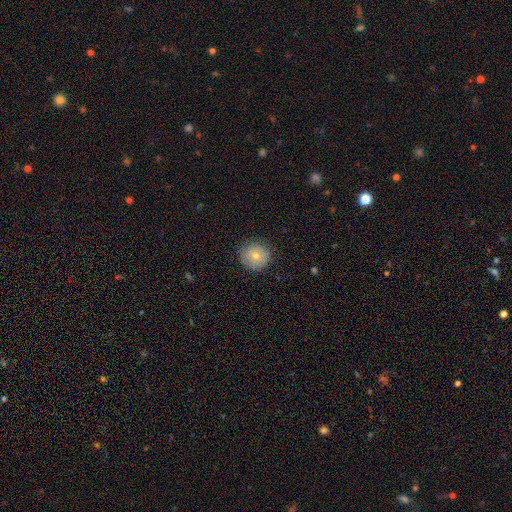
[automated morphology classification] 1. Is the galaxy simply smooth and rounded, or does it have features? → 73% smooth, 18% featured or disk, 9% star or artifact.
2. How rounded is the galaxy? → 93% round, 6% in between, 1% cigar-shaped.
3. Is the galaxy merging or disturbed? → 85% none, 11% minor disturbance, 3% major disturbance, 1% merger.